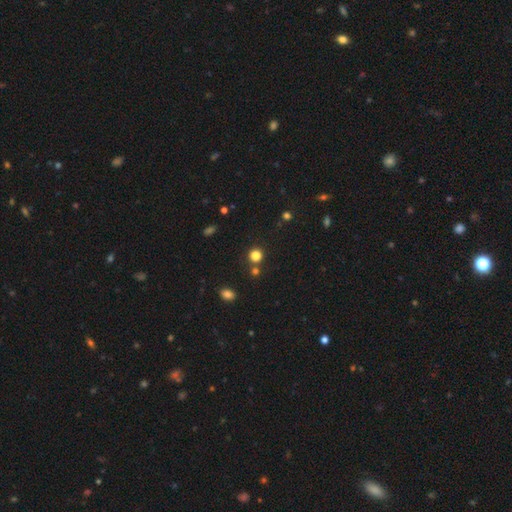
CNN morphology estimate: smooth 80%, star or artifact 16%, featured or disk 4%. Down the decision tree: how rounded — round (90%); merging — none (79%).